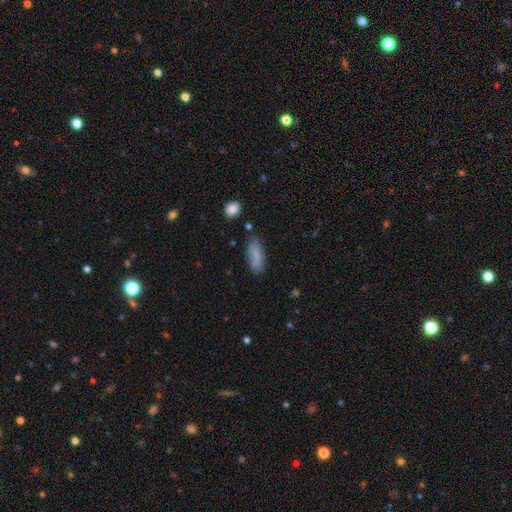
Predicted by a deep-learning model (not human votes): Q: Smooth or featured?
A: smooth (79%); runner-up: featured or disk (13%)
Q: How rounded?
A: in between (70%); runner-up: cigar-shaped (28%)
Q: Merging?
A: none (70%); runner-up: minor disturbance (20%)